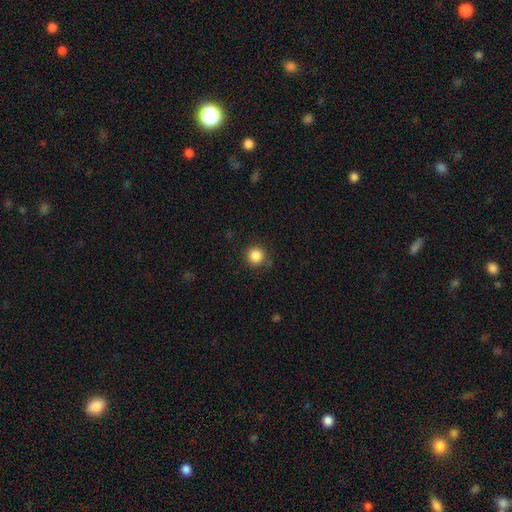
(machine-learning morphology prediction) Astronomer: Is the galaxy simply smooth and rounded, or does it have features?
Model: smooth — 86%.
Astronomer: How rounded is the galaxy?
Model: round — 94%.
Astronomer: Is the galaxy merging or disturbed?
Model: none — 85%.